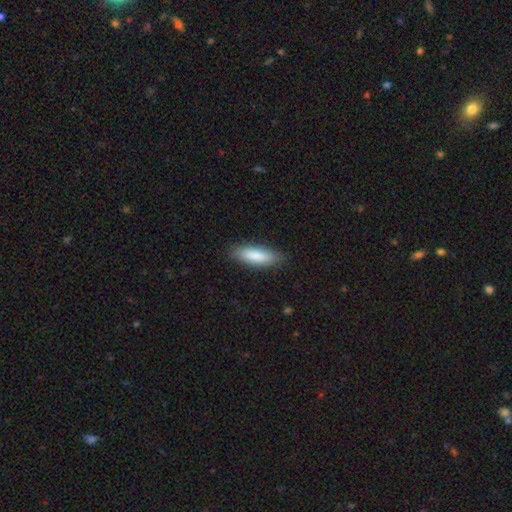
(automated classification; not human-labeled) Smooth or featured? Predicted: smooth (p=0.83). How rounded? Predicted: cigar-shaped (p=0.53). Merging? Predicted: none (p=0.86).